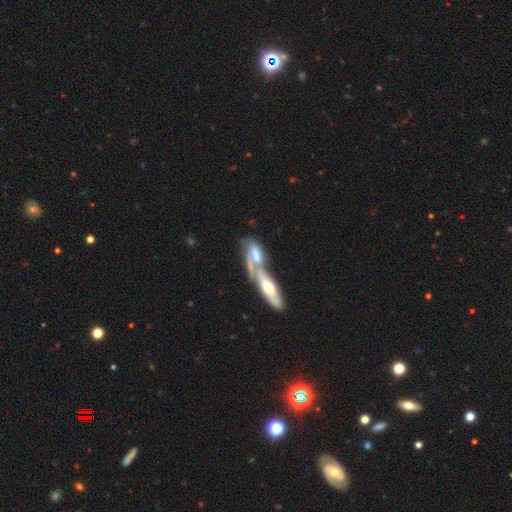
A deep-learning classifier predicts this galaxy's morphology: type=featured or disk (55%); edge-on=no (69%); merging=merger (69%).